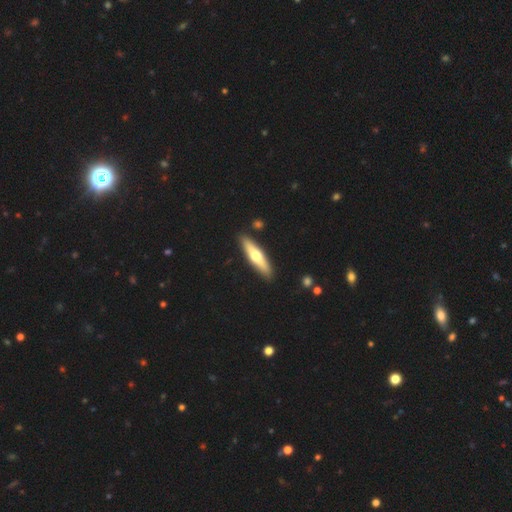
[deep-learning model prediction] smooth_or_featured: featured or disk (p=0.48) [alt: smooth p=0.47]
merging: none (p=0.89) [alt: minor disturbance p=0.07]